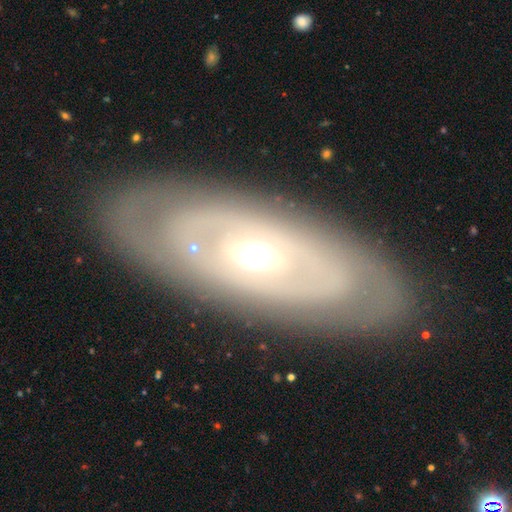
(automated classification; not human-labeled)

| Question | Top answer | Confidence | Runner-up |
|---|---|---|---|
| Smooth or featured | featured or disk | 64% | smooth (28%) |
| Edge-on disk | no | 81% | yes (19%) |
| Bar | no | 74% | weak (17%) |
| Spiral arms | no | 81% | yes (19%) |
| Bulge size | moderate | 67% | large (19%) |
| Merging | none | 81% | minor disturbance (12%) |